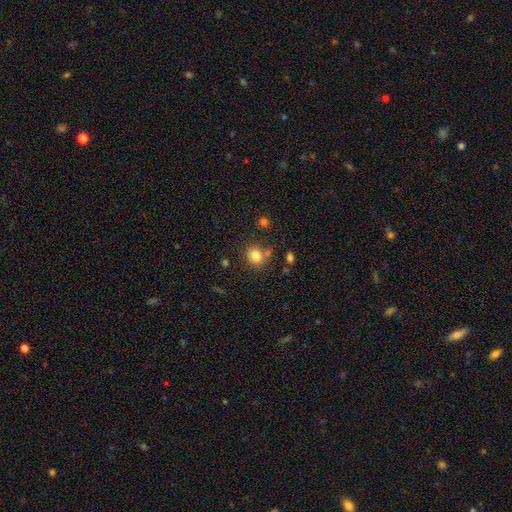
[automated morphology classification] Overall: smooth (81%). How rounded: round (69%; in between 30%). Merging: none (71%).